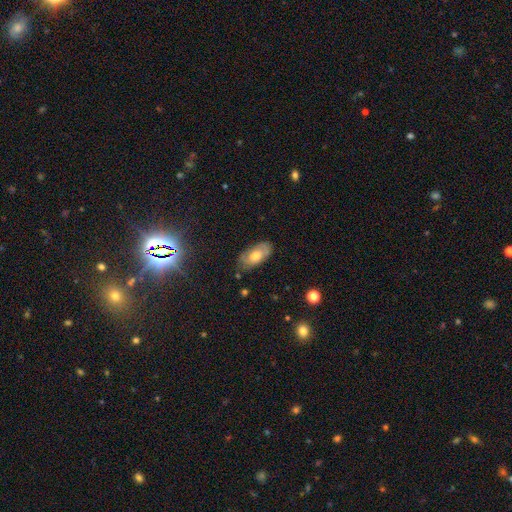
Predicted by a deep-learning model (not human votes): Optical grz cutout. It shows a smooth galaxy with no disk features (56%) that is in between round and cigar-shaped (91%). Merging: none (75%).